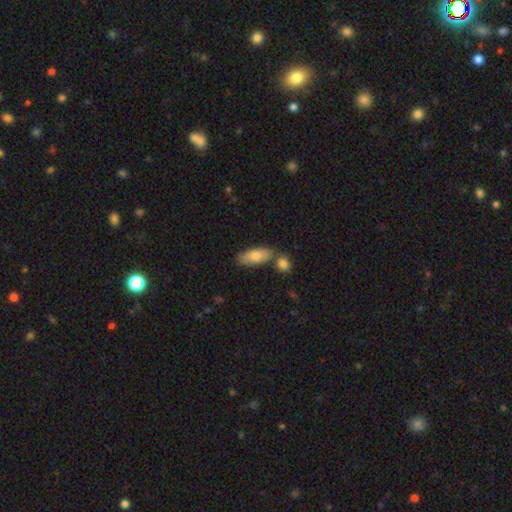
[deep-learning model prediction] Smooth or featured? Predicted: smooth (p=0.78). How rounded? Predicted: in between (p=0.78). Merging? Predicted: none (p=0.65).